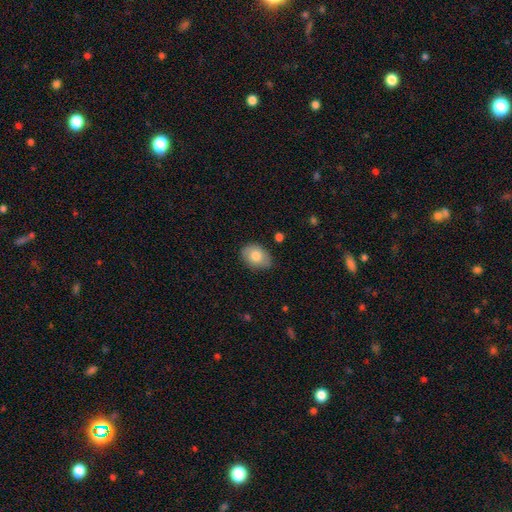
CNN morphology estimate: This appears to be a smooth galaxy with no disk features (80%) that is in between round and cigar-shaped (79%). Merging: none (79%).